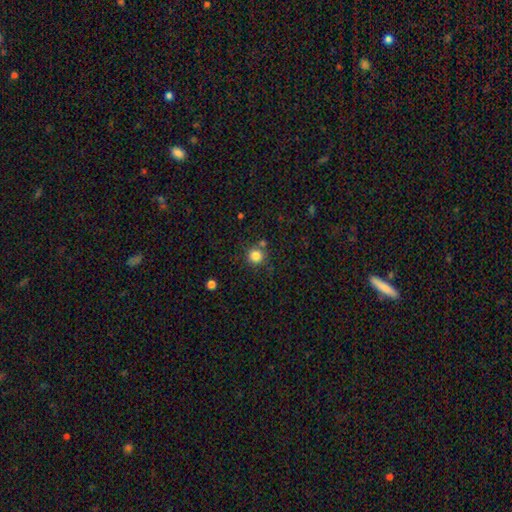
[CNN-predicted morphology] This appears to be a smooth galaxy with no disk features (83%) that is round (93%). Merging: none (78%).